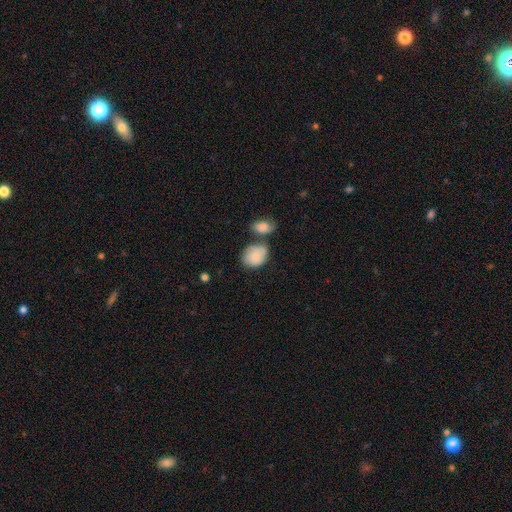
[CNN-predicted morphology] smooth_or_featured: smooth (p=0.81) [alt: featured or disk p=0.12]
how_rounded: in between (p=0.62) [alt: round p=0.37]
merging: none (p=0.47) [alt: merger p=0.26]